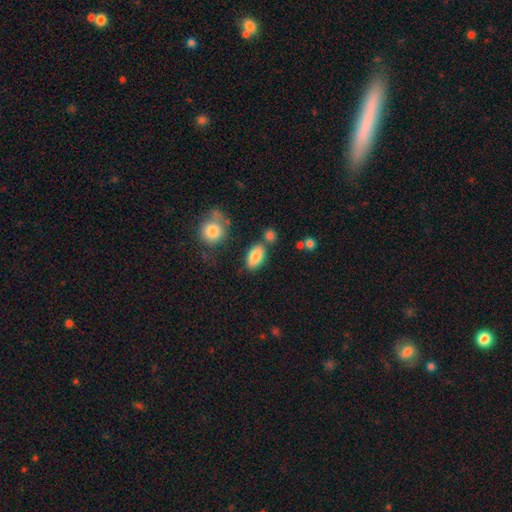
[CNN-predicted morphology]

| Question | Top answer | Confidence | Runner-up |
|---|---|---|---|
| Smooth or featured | smooth | 85% | featured or disk (8%) |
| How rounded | in between | 92% | round (6%) |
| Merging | none | 74% | minor disturbance (13%) |